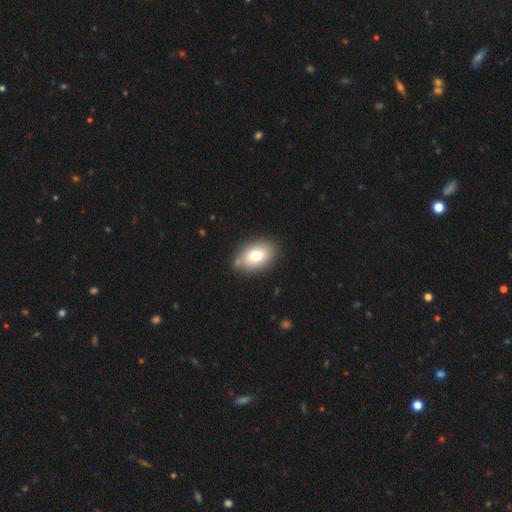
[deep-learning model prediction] Morphology: type=smooth (75%); roundness=in between (86%); merging=none (81%).